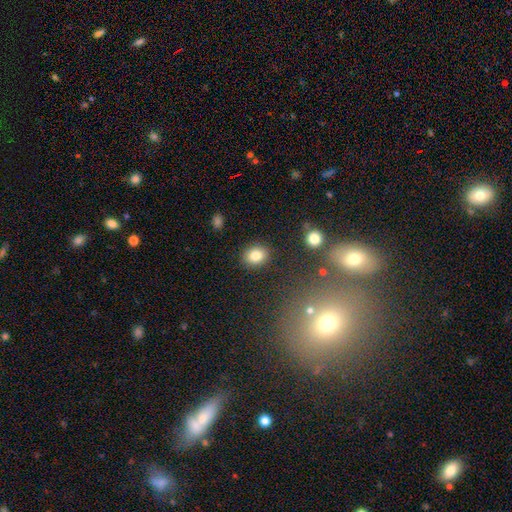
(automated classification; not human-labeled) Q: Smooth or featured?
A: smooth (82%); runner-up: star or artifact (10%)
Q: How rounded?
A: round (53%); runner-up: in between (46%)
Q: Merging?
A: none (87%); runner-up: minor disturbance (8%)